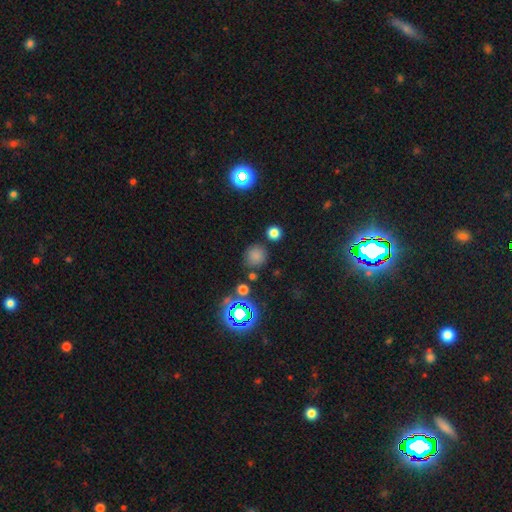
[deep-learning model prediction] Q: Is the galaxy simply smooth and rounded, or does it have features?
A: smooth — 72%.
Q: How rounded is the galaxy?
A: round — 88%.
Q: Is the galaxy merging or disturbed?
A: none — 78%.